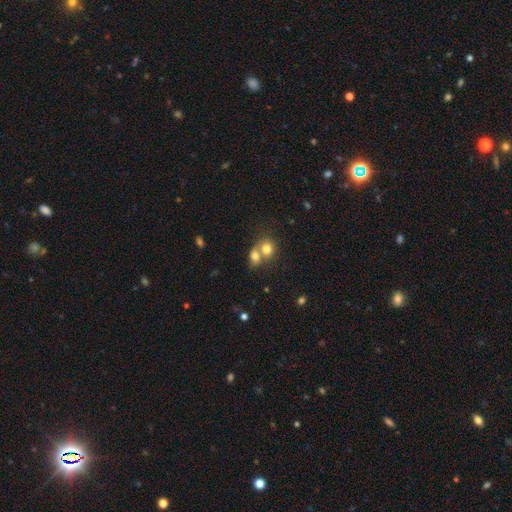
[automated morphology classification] A smooth galaxy with no disk features (75%) that is round (53%). Merging: merger (67%).